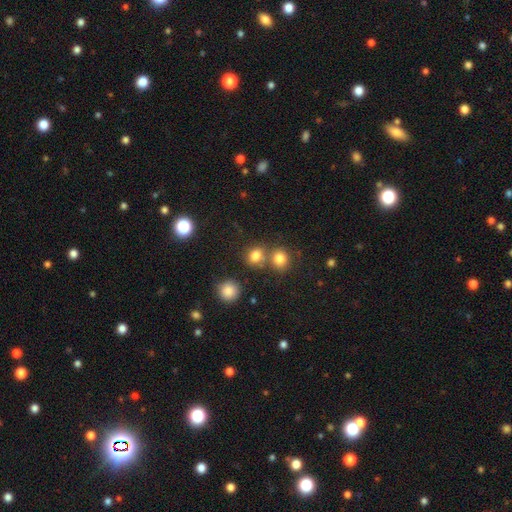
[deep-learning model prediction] smooth_or_featured: smooth (p=0.78) [alt: star or artifact p=0.15]
how_rounded: round (p=0.67) [alt: in between p=0.32]
merging: none (p=0.58) [alt: merger p=0.29]